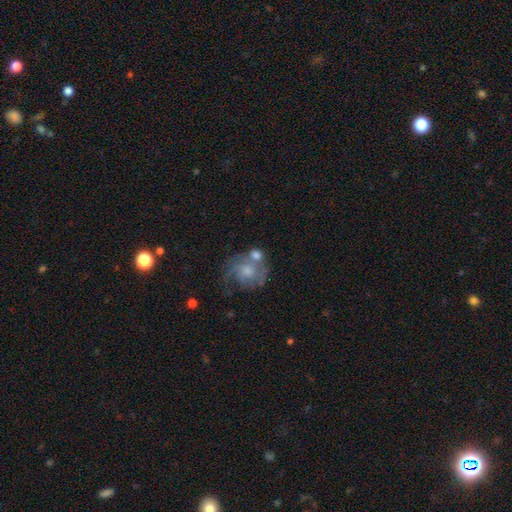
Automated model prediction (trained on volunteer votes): This is likely a featured or disk galaxy (62%). It is clearly not viewed edge-on (97%). Bar: likely no (75%). Spiral arm pattern: likely yes (79%). Central bulge: possibly moderate (50%). Merging: possibly none (49%).